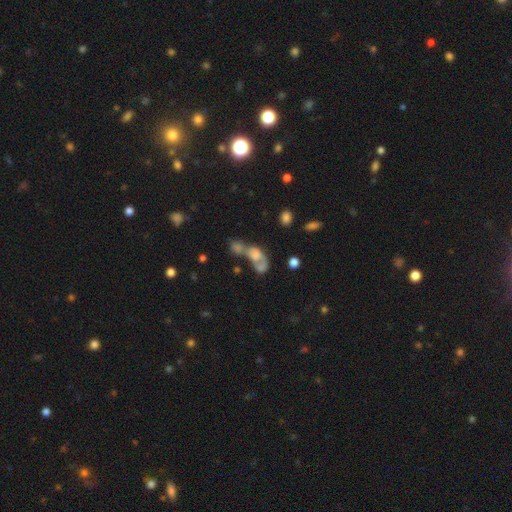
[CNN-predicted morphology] Smooth or featured? smooth (54%)
How rounded? in between (76%)
Merging? merger (68%)